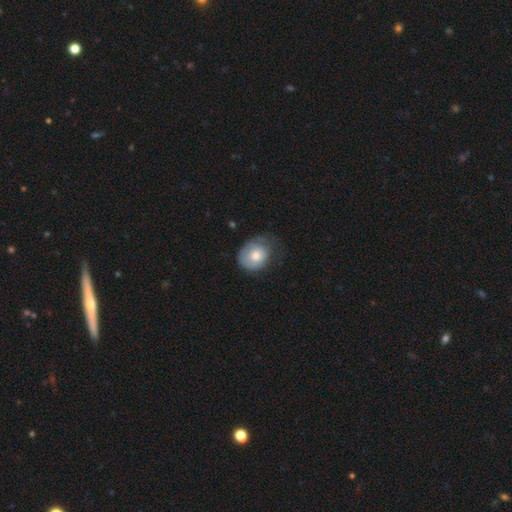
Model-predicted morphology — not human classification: A smooth galaxy with no disk features (67%) that is round (55%). Merging: none (45%).